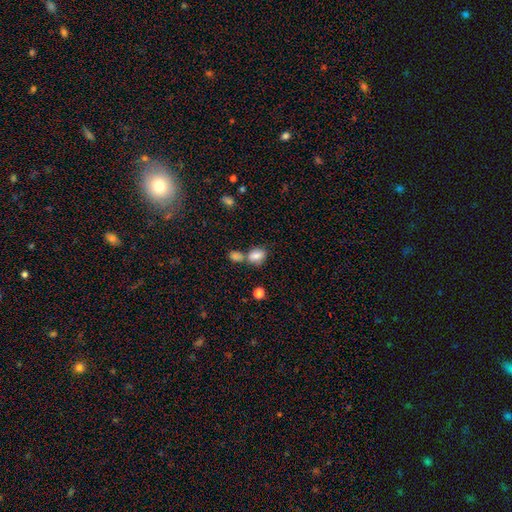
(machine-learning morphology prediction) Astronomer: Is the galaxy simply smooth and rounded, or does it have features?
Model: smooth — 82%.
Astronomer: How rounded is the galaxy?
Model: in between — 70%.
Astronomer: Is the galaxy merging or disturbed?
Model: merger — 42% (runner-up: none, 41%).